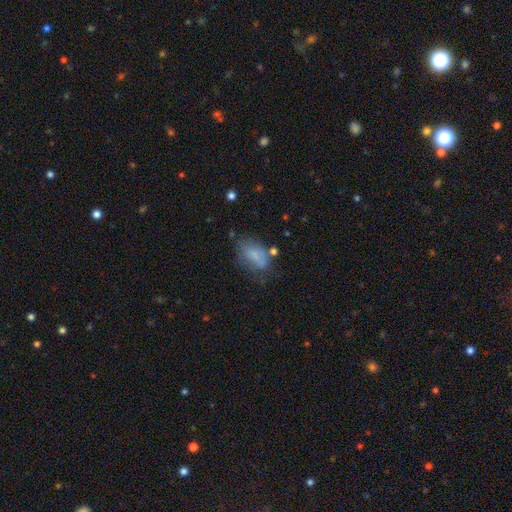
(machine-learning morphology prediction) Smooth or featured?
  - smooth: 69% *
  - featured or disk: 21%
  - star or artifact: 10%
How rounded?
  - in between: 88% *
  - round: 9%
  - cigar-shaped: 4%
Merging?
  - none: 43% *
  - minor disturbance: 29%
  - major disturbance: 19%
  - merger: 10%